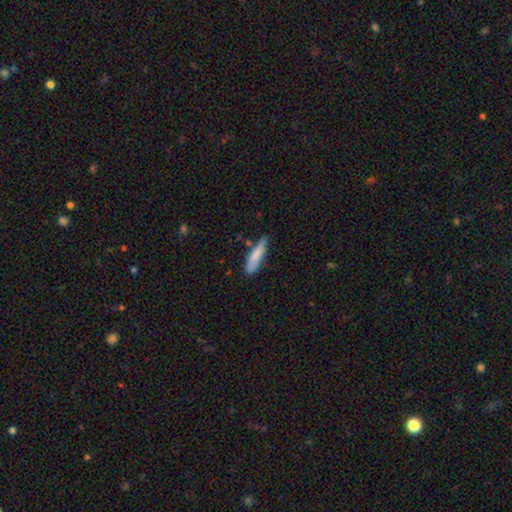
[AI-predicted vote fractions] Smooth or featured? smooth (78%)
How rounded? cigar-shaped (77%)
Merging? none (65%)